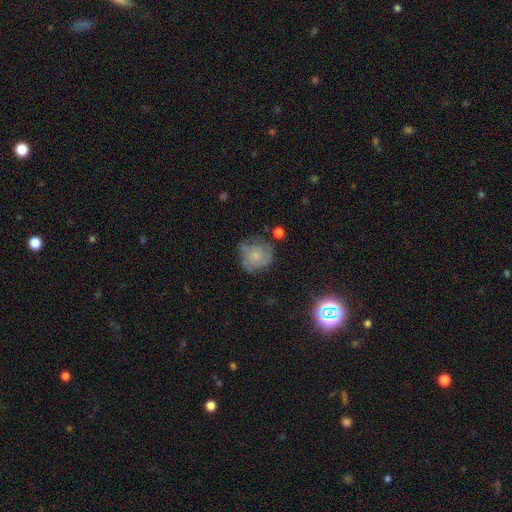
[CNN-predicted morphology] Overall: smooth (53%; featured or disk 36%). How rounded: round (82%). Merging: none (55%; minor disturbance 28%).